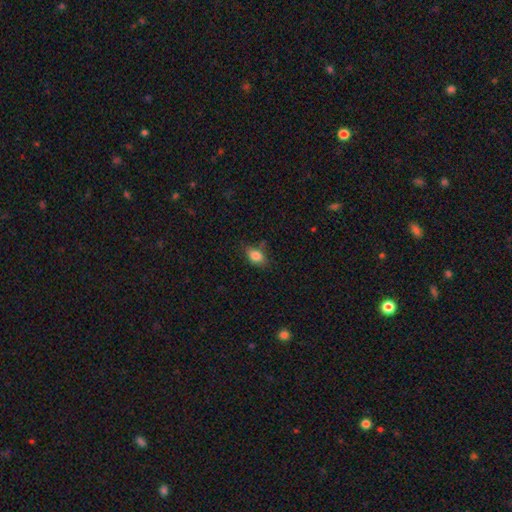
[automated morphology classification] smooth-or-featured: smooth: 83% | star or artifact: 9% | featured or disk: 7%
  how-rounded: in between: 81% | round: 17% | cigar-shaped: 3%
  merging: none: 65% | minor disturbance: 25% | major disturbance: 6% | merger: 4%